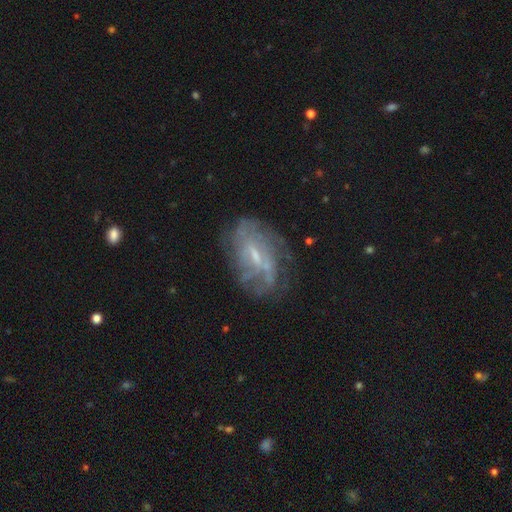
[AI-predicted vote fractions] This appears to be a featured or disk galaxy (73%) with a weak bar (53%), tight (45%) spiral arms (72%) and a small central bulge (55%). Merging: none (63%).